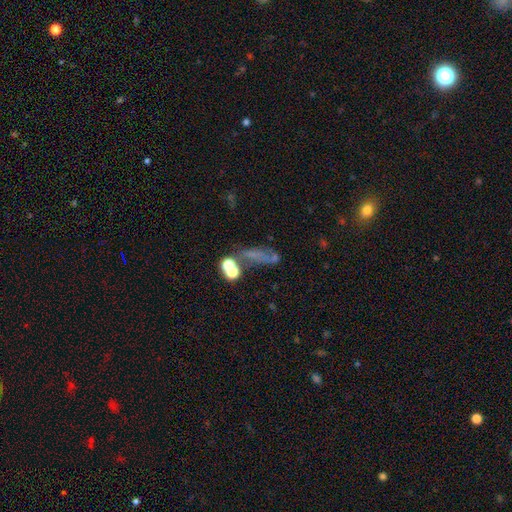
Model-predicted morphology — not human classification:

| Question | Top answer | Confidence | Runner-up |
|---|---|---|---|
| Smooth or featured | smooth | 40% | featured or disk (33%) |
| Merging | none | 36% | major disturbance (24%) |